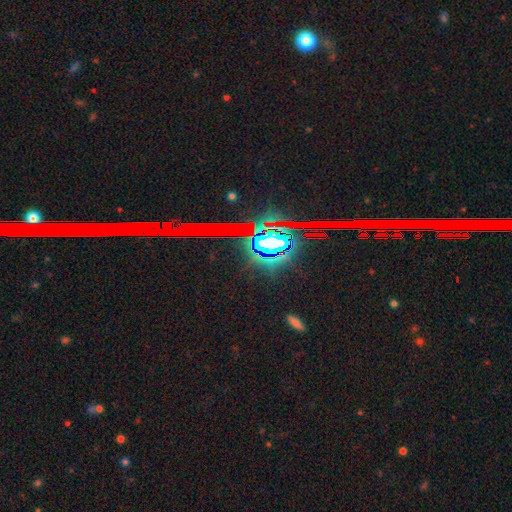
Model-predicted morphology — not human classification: star or artifact 80%, smooth 10%, featured or disk 10%.